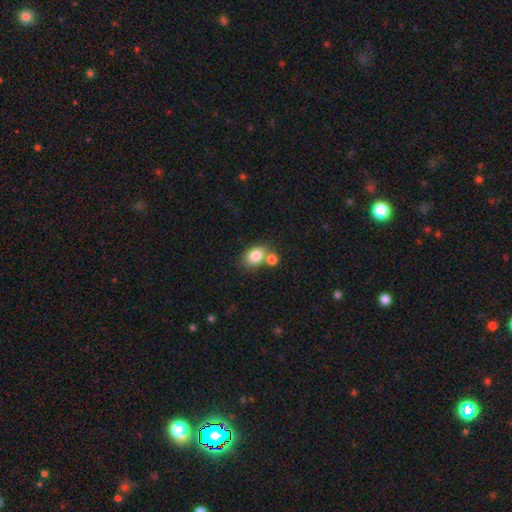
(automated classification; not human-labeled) Morphology: type=smooth (82%); roundness=in between (66%); merging=none (47%).